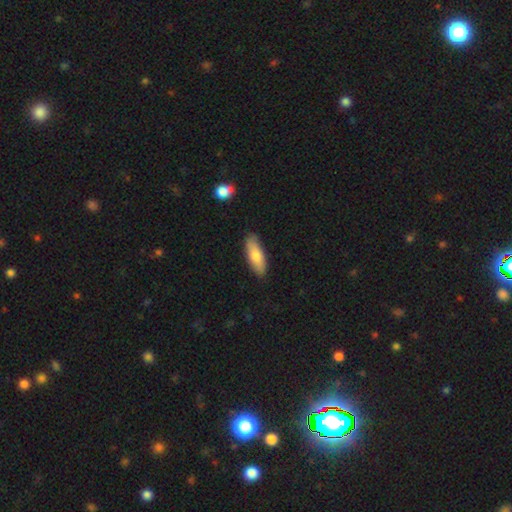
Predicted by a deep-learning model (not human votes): This appears to be a smooth galaxy with no disk features (77%) that is in between round and cigar-shaped (61%). Merging: none (86%).